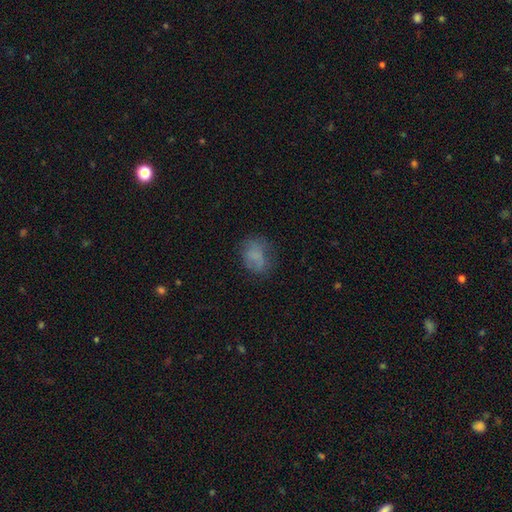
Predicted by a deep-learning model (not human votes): Overall: smooth (69%). How rounded: in between (59%; round 40%). Merging: none (56%; minor disturbance 25%).